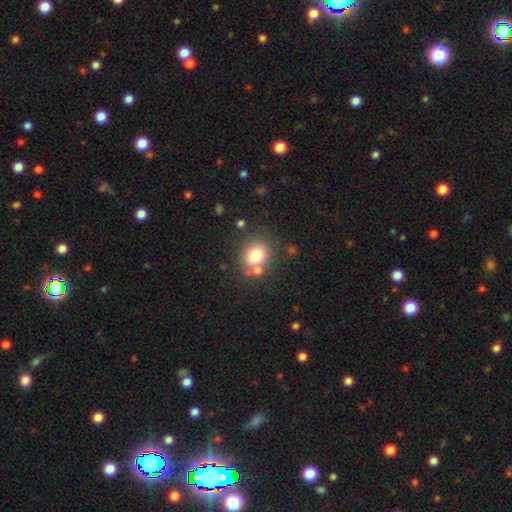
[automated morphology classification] Smooth or featured?
  - smooth: 77% *
  - star or artifact: 12%
  - featured or disk: 11%
How rounded?
  - round: 78% *
  - in between: 22%
  - cigar-shaped: 1%
Merging?
  - none: 66% *
  - merger: 17%
  - minor disturbance: 12%
  - major disturbance: 5%